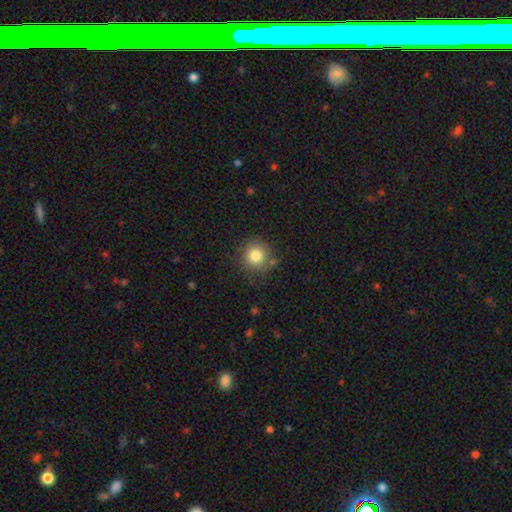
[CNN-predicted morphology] type=smooth (81%); roundness=round (93%); merging=none (81%).